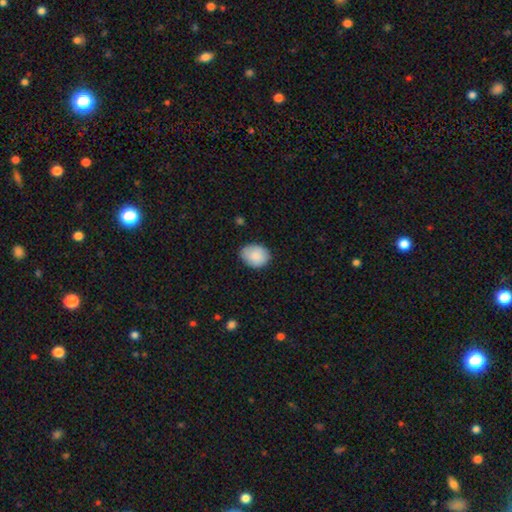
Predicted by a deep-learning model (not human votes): Morphology: type=smooth (87%); roundness=in between (62%); merging=none (79%).